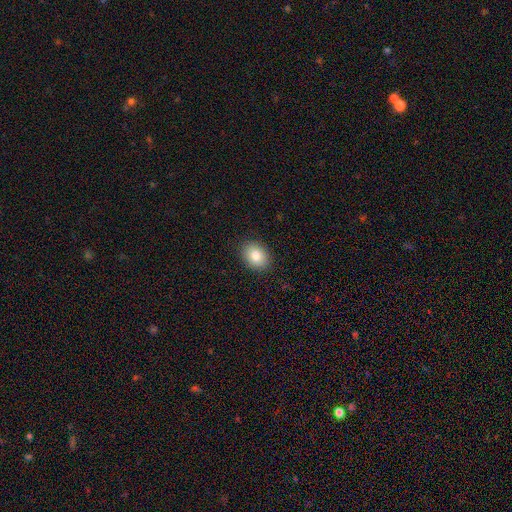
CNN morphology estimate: Smooth or featured? smooth (82%)
How rounded? in between (63%)
Merging? none (89%)